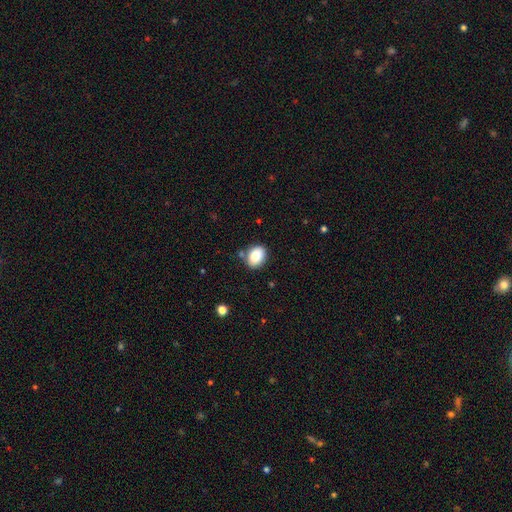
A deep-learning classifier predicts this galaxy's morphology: Smooth or featured? smooth (87%)
How rounded? in between (71%)
Merging? none (77%)